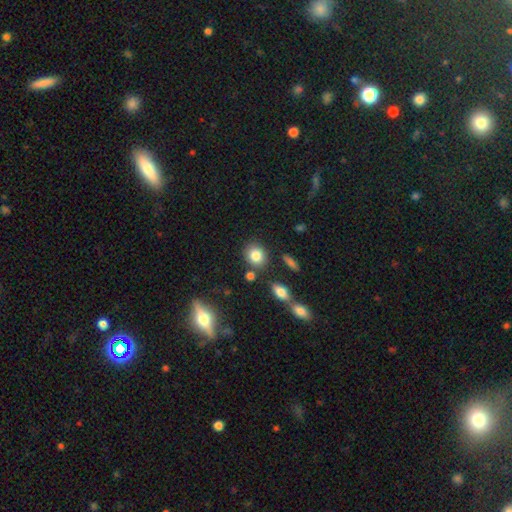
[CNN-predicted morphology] A smooth galaxy with no disk features (83%) that is round (67%). Merging: none (77%).